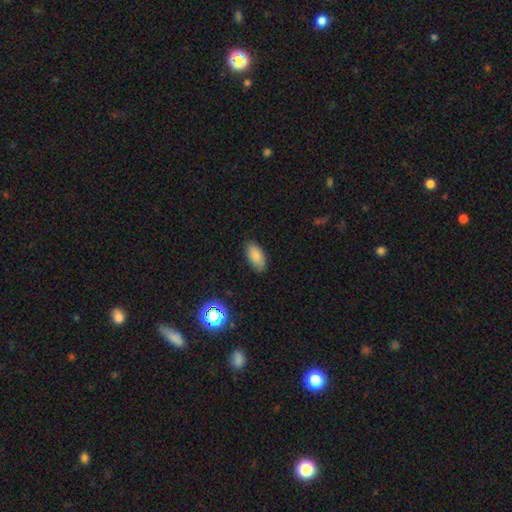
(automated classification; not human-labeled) smooth_or_featured: smooth (p=0.82) [alt: star or artifact p=0.09]
how_rounded: in between (p=0.92) [alt: cigar-shaped p=0.05]
merging: none (p=0.85) [alt: minor disturbance p=0.11]